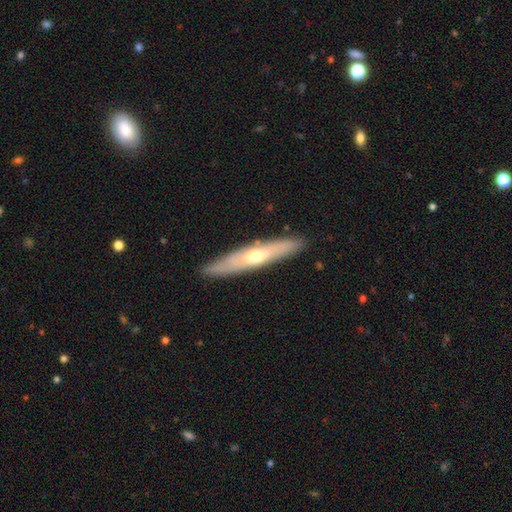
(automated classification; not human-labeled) A featured or disk galaxy (52%) viewed edge-on (74%).

Vote fractions:
- Smooth or featured? featured or disk: 52% / smooth: 43% / star or artifact: 5%
- Edge-on disk? yes: 74% / no: 26%
- Merging? none: 86% / minor disturbance: 11% / major disturbance: 2% / merger: 1%